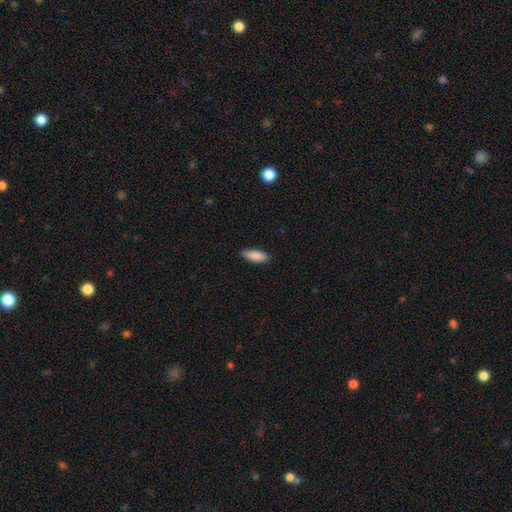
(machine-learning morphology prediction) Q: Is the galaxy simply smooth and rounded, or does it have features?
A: smooth — 88%.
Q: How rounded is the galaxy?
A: in between — 71%.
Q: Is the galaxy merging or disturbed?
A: none — 85%.